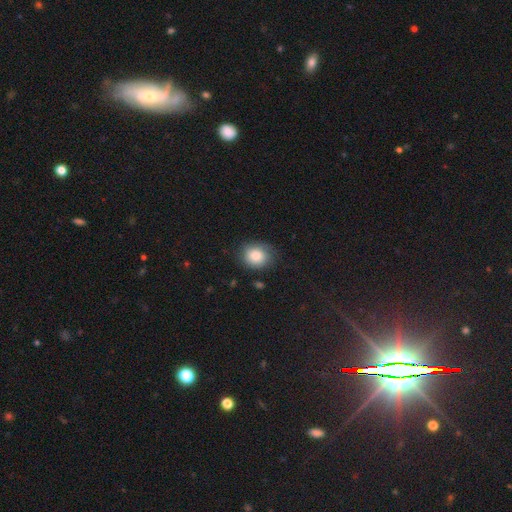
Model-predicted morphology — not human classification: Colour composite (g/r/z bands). It shows a smooth galaxy with no disk features (82%) that is round (63%). Merging: none (73%).